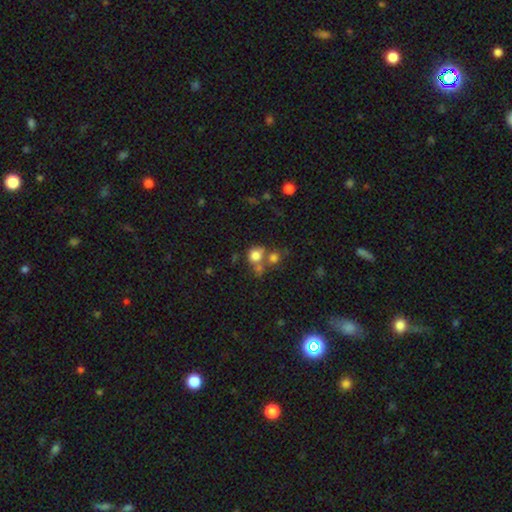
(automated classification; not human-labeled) A smooth galaxy with no disk features (75%) that is round (80%).

Vote fractions:
- Smooth or featured? smooth: 75% / star or artifact: 13% / featured or disk: 12%
- How rounded? round: 80% / in between: 19% / cigar-shaped: 1%
- Merging? none: 41% (tied) / merger: 41% (tied) / minor disturbance: 10% / major disturbance: 8%